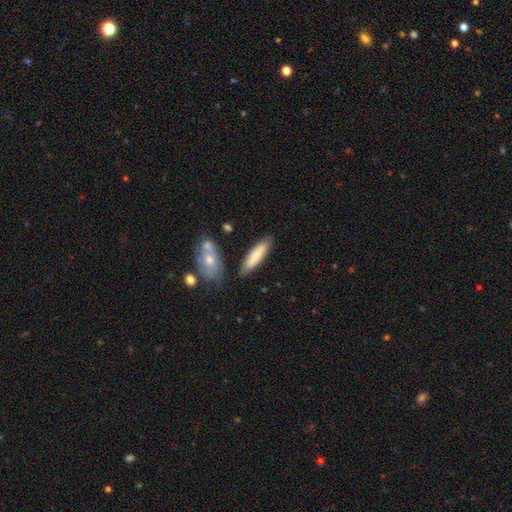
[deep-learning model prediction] Smooth or featured? Predicted: smooth (p=0.77). How rounded? Predicted: cigar-shaped (p=0.71). Merging? Predicted: none (p=0.79).